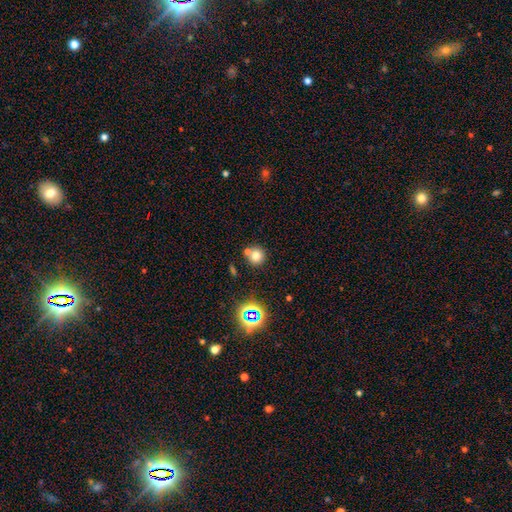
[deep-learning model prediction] smooth 73%, star or artifact 17%, featured or disk 10%. Down the decision tree: how rounded — round (90%); merging — none (64%).